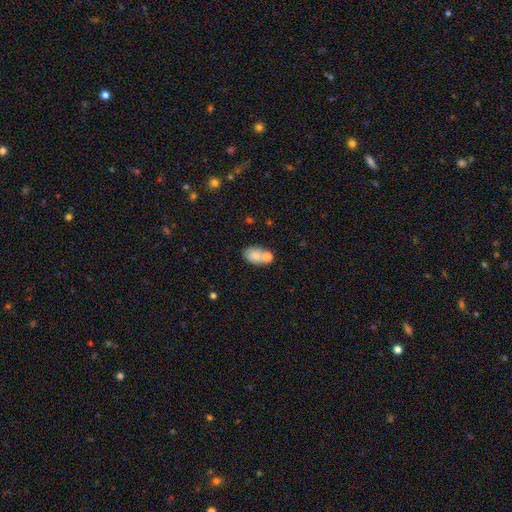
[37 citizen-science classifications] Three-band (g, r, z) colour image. It shows a smooth galaxy with no disk features (81%) that is in between round and cigar-shaped (93%). Merging: none (42%).